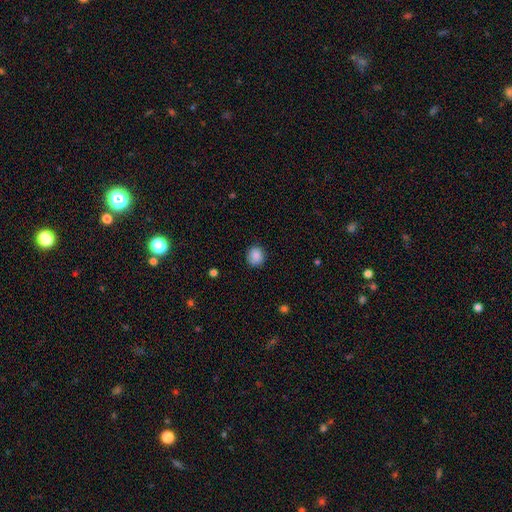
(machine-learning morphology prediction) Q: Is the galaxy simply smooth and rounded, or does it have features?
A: smooth — 87%.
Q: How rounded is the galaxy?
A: round — 81%.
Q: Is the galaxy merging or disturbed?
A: none — 85%.